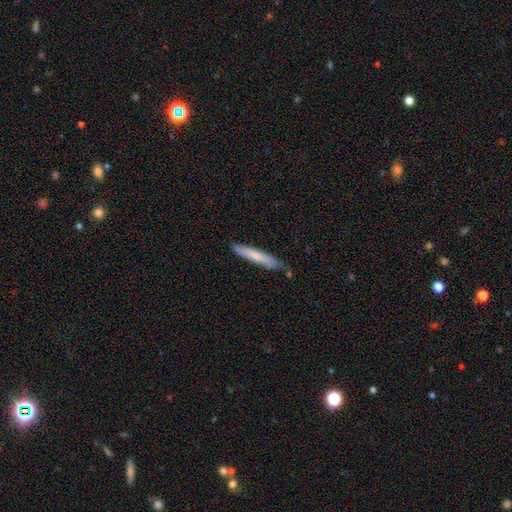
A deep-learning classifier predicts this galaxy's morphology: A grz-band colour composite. It shows a smooth galaxy with no disk features (71%) that is cigar-shaped (93%). Merging: none (78%).